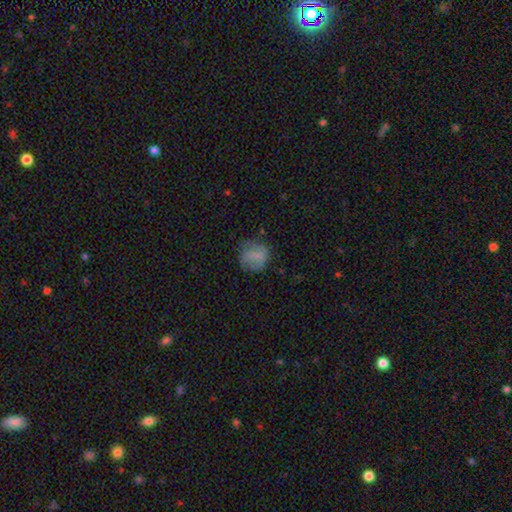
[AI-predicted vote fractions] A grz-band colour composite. It shows a smooth galaxy with no disk features (64%) that is round (79%). Merging: none (59%).